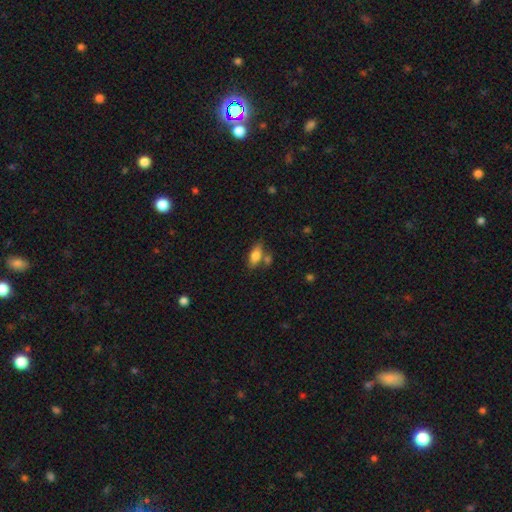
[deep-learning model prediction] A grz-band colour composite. It shows a smooth galaxy with no disk features (79%) that is in between round and cigar-shaped (84%). Merging: none (58%).